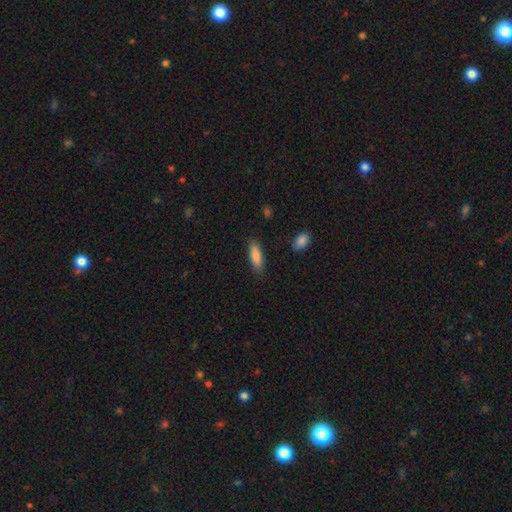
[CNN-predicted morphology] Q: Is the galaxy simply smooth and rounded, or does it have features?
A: smooth — 84%.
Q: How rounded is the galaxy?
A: in between — 57%.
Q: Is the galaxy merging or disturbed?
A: none — 84%.